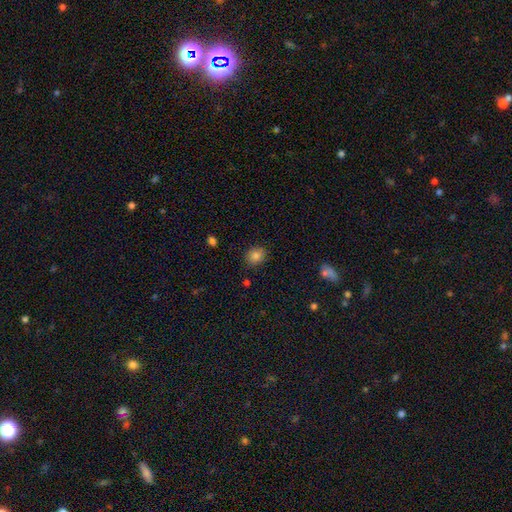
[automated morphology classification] smooth-or-featured: smooth: 84% | star or artifact: 11% | featured or disk: 5%
  how-rounded: round: 67% | in between: 32% | cigar-shaped: 1%
  merging: none: 87% | minor disturbance: 9% | major disturbance: 2% | merger: 1%